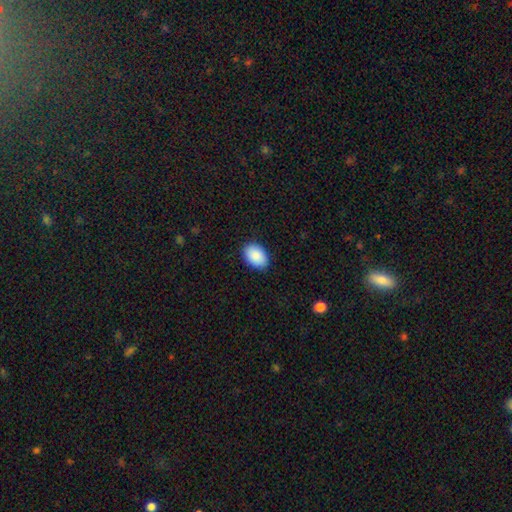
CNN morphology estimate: Smooth or featured? Predicted: smooth (p=0.90). How rounded? Predicted: in between (p=0.87). Merging? Predicted: none (p=0.88).